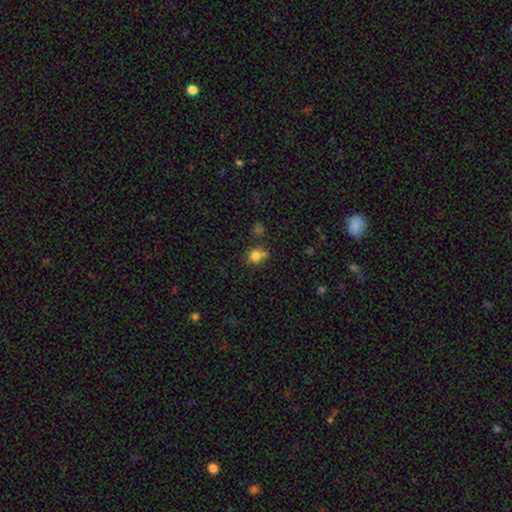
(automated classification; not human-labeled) A smooth galaxy with no disk features (78%) that is round (78%). Merging: none (53%).